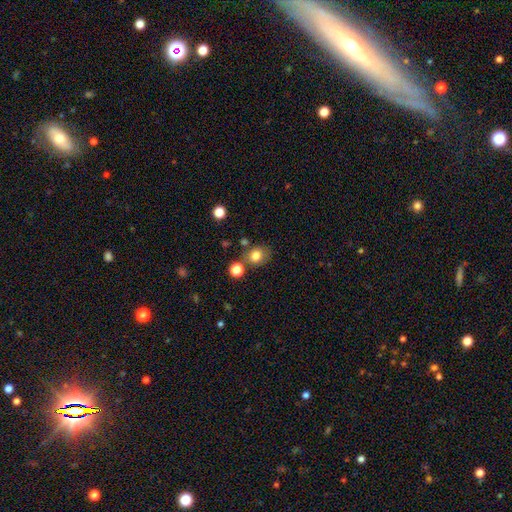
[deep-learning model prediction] Smooth or featured? Predicted: smooth (p=0.80). How rounded? Predicted: round (p=0.63). Merging? Predicted: none (p=0.69).